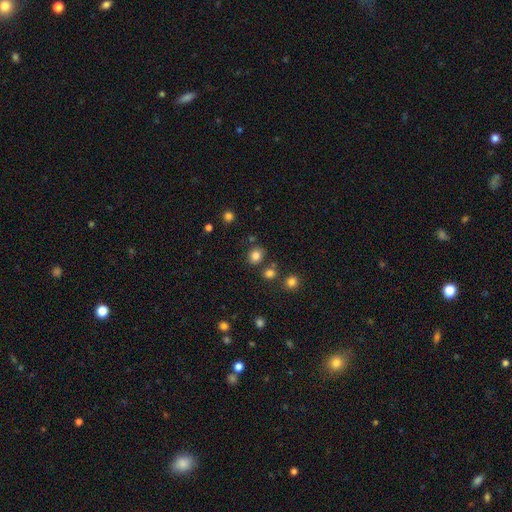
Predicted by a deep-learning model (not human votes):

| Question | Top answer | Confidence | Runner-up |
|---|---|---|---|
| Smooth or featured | smooth | 82% | star or artifact (13%) |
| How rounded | round | 65% | in between (35%) |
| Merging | none | 78% | minor disturbance (11%) |